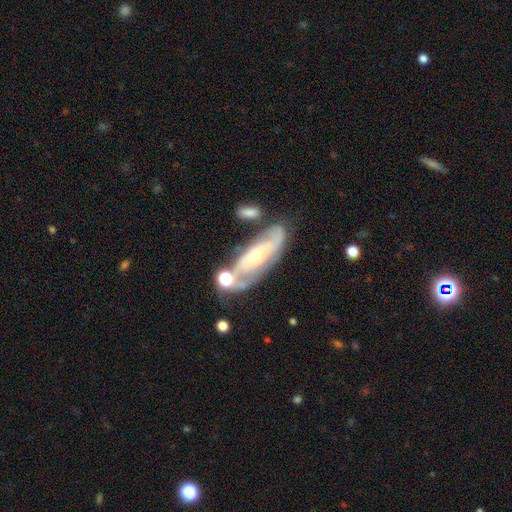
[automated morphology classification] Overall: featured or disk (72%). Edge-on disk: no (85%). Bar: no (63%; weak 24%). Spiral arms: yes (80%). Bulge size: small (64%; moderate 30%). Merging: none (50%; minor disturbance 20%).